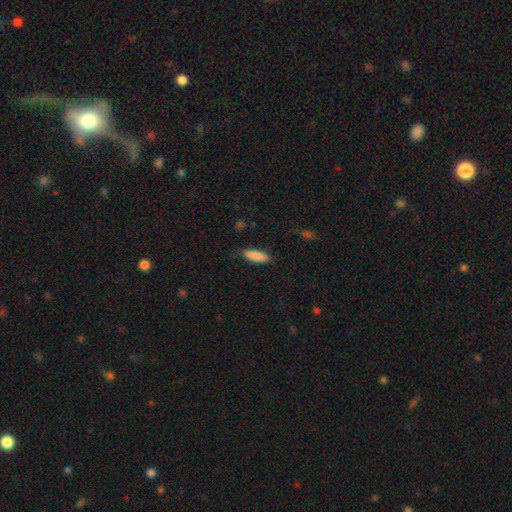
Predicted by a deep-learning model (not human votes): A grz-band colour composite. It shows a smooth galaxy with no disk features (88%) that is cigar-shaped (51%). Merging: none (86%).